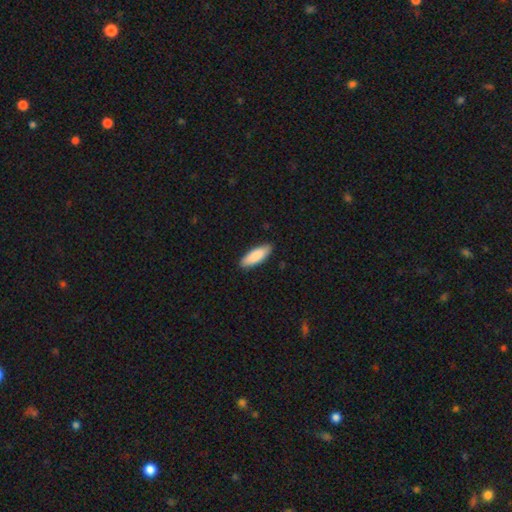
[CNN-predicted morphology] Smooth or featured?
  - smooth: 89% *
  - featured or disk: 6%
  - star or artifact: 5%
How rounded?
  - in between: 68% *
  - cigar-shaped: 30%
  - round: 1%
Merging?
  - none: 87% *
  - minor disturbance: 10%
  - major disturbance: 2%
  - merger: 1%